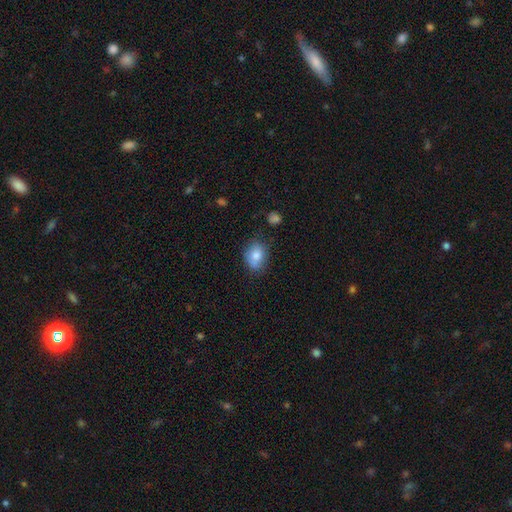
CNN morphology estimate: smooth-or-featured: smooth: 80% | featured or disk: 12% | star or artifact: 8%
  how-rounded: in between: 68% | round: 31% | cigar-shaped: 1%
  merging: none: 67% | minor disturbance: 24% | major disturbance: 5% | merger: 4%